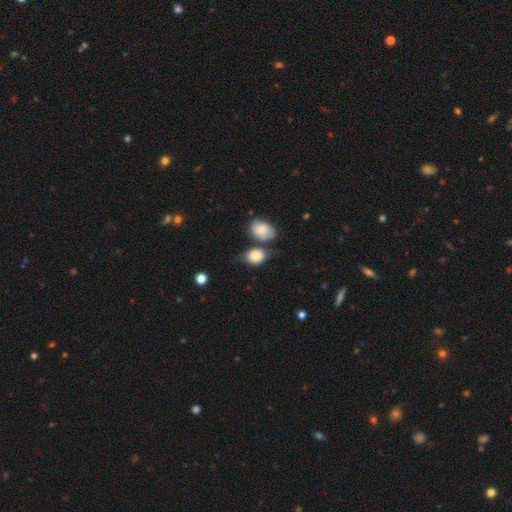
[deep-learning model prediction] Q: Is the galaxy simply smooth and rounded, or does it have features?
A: smooth — 81%.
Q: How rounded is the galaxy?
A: in between — 60%.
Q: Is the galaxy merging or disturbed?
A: none — 48%.